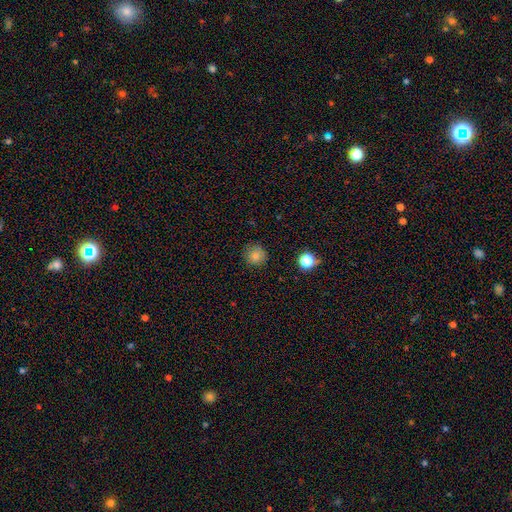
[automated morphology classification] The model was most divided on "smooth or featured": smooth: 82%, star or artifact: 13%, featured or disk: 6%. More confident: how rounded — round (93%); merging — none (87%).